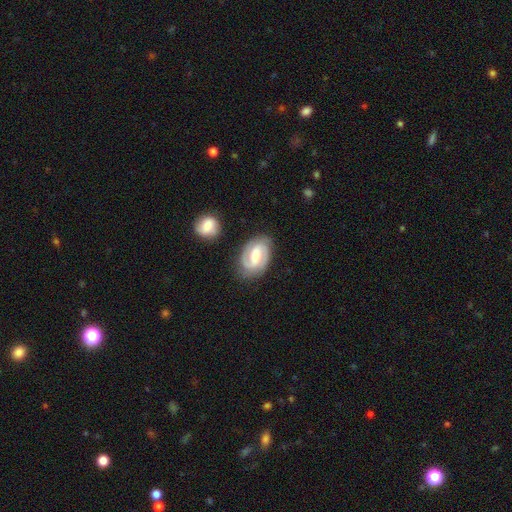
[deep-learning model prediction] Morphology: type=featured or disk (78%); edge-on=no (97%); bar=weak (50%); spiral arms=yes (94%); winding=medium (45%); arm count=2 (86%); bulge=moderate (58%); merging=none (80%).